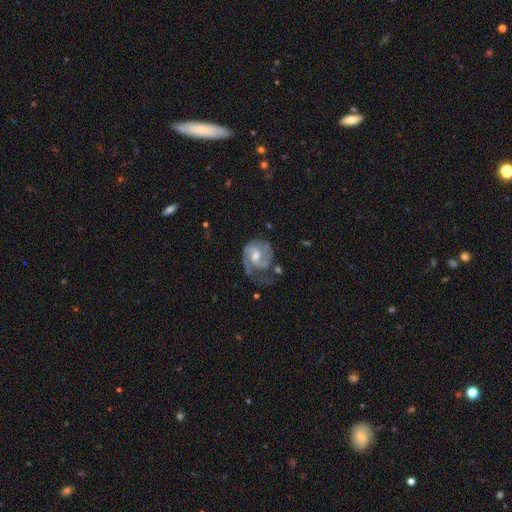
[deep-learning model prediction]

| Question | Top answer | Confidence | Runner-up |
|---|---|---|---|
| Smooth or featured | featured or disk | 82% | smooth (12%) |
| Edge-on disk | no | 98% | yes (2%) |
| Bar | no | 46% | weak (44%) |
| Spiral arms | yes | 93% | no (7%) |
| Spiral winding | medium | 44% | tight (39%) |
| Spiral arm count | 2 | 62% | 1 (15%) |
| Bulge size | moderate | 66% | small (23%) |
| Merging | none | 48% | minor disturbance (25%) |